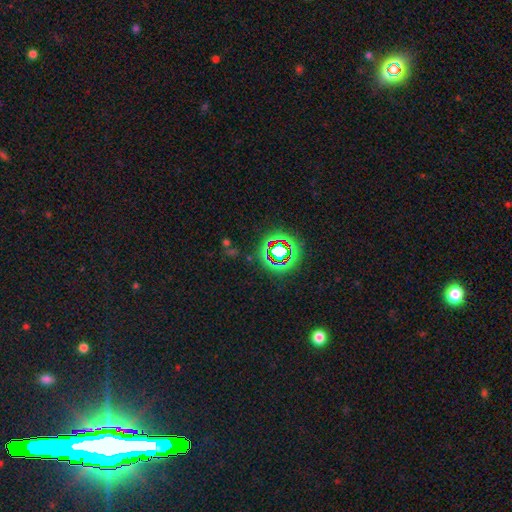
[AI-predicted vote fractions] A star or artifact, not a galaxy (74%).